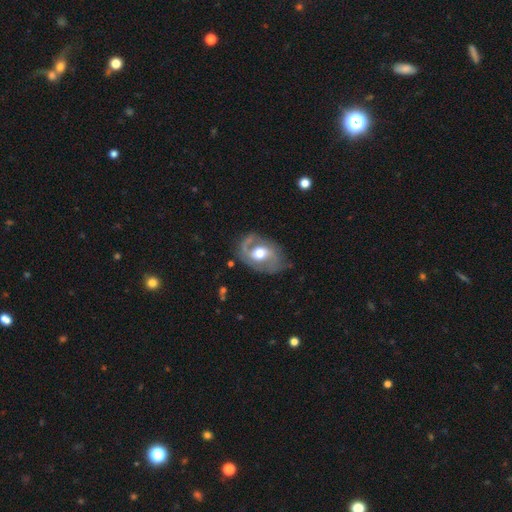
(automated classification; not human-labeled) Smooth or featured? Predicted: featured or disk (p=0.74). Edge-on disk? Predicted: no (p=0.95). Bar? Predicted: no (p=0.47). Spiral arms? Predicted: yes (p=0.78). Spiral winding? Predicted: medium (p=0.44). Spiral arm count? Predicted: 2 (p=0.70). Bulge size? Predicted: moderate (p=0.70). Merging? Predicted: none (p=0.63).